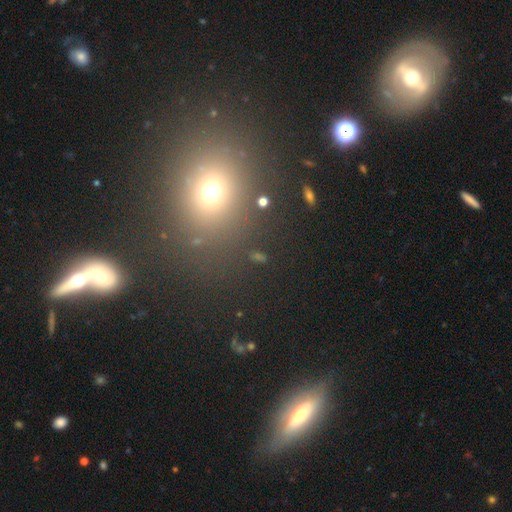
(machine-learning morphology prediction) smooth_or_featured: smooth (p=0.47) [alt: star or artifact p=0.40]
merging: none (p=0.81) [alt: minor disturbance p=0.09]